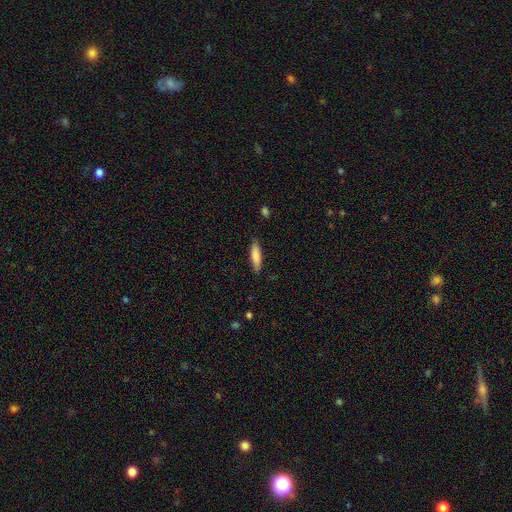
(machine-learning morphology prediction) Smooth or featured? smooth (80%)
How rounded? cigar-shaped (72%)
Merging? none (85%)